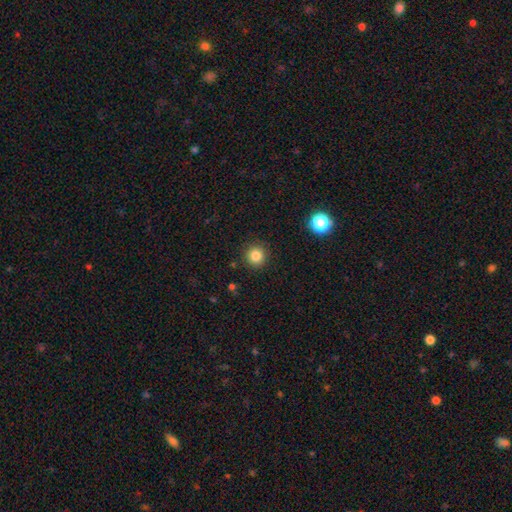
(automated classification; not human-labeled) Smooth or featured? smooth (83%)
How rounded? round (94%)
Merging? none (91%)